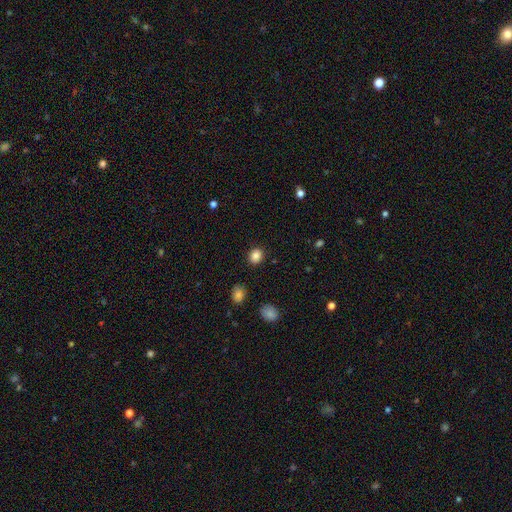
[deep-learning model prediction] smooth_or_featured: smooth (p=0.86) [alt: star or artifact p=0.10]
how_rounded: round (p=0.75) [alt: in between p=0.24]
merging: none (p=0.90) [alt: minor disturbance p=0.06]